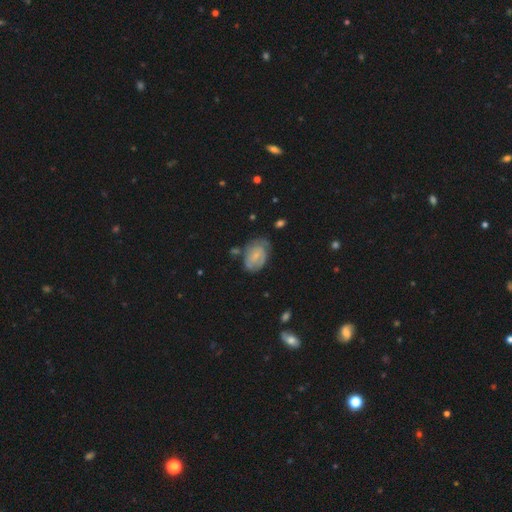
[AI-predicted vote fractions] A featured or disk galaxy (62%) with no bar (54%), 2 (42%) tight (56%) spiral arms (85%) and a small central bulge (63%).

Vote fractions:
- Smooth or featured? featured or disk: 62% / smooth: 31% / star or artifact: 7%
- Edge-on disk? no: 97% / yes: 3%
- Bar? no: 54% / weak: 40% / strong: 6%
- Spiral arms? yes: 85% / no: 15%
- Spiral winding? tight: 56% / medium: 33% / loose: 12%
- Spiral arm count? 2: 42% / can't tell: 35% / 3: 10% / 1: 8% / 4: 3% / more than 4: 2%
- Bulge size? small: 63% / moderate: 18% / none: 17% / large: 2% / dominant: 1%
- Merging? none: 59% / minor disturbance: 26% / major disturbance: 11% / merger: 4%